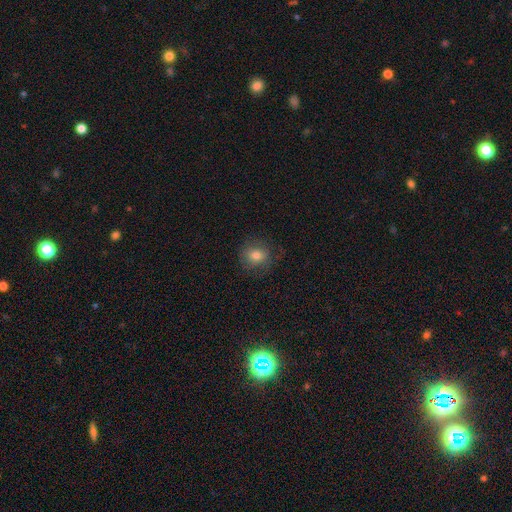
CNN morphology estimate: smooth_or_featured: smooth (p=0.69) [alt: featured or disk p=0.18]
how_rounded: round (p=0.77) [alt: in between p=0.22]
merging: none (p=0.76) [alt: minor disturbance p=0.16]